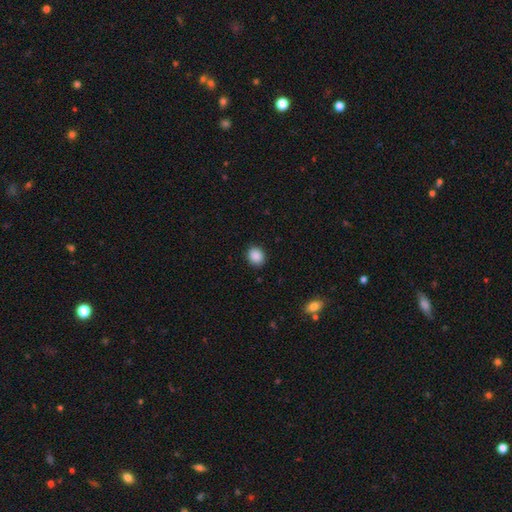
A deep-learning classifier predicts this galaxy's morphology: Q: Smooth or featured?
A: smooth (89%); runner-up: star or artifact (9%)
Q: How rounded?
A: round (63%); runner-up: in between (36%)
Q: Merging?
A: none (89%); runner-up: minor disturbance (8%)